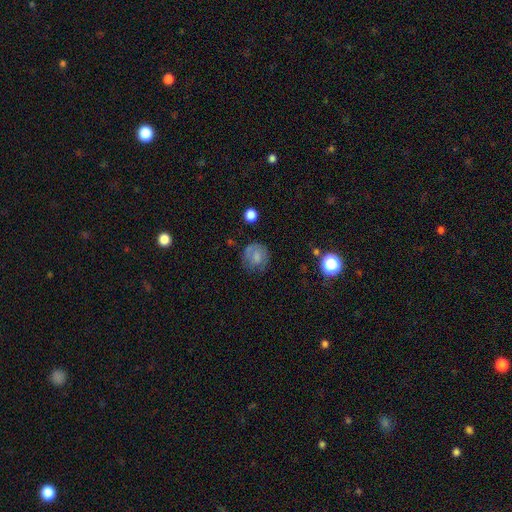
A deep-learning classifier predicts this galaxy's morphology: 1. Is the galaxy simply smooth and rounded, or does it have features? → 62% smooth, 27% featured or disk, 11% star or artifact.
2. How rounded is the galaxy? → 82% round, 17% in between, 1% cigar-shaped.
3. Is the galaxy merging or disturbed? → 62% none, 23% minor disturbance, 13% major disturbance, 2% merger.